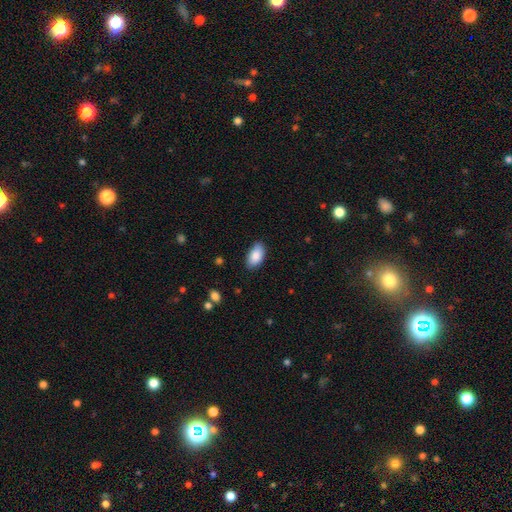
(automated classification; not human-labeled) Smooth or featured?
  - smooth: 87% *
  - featured or disk: 7%
  - star or artifact: 7%
How rounded?
  - in between: 94% *
  - round: 4%
  - cigar-shaped: 2%
Merging?
  - none: 80% *
  - minor disturbance: 16%
  - major disturbance: 3%
  - merger: 1%